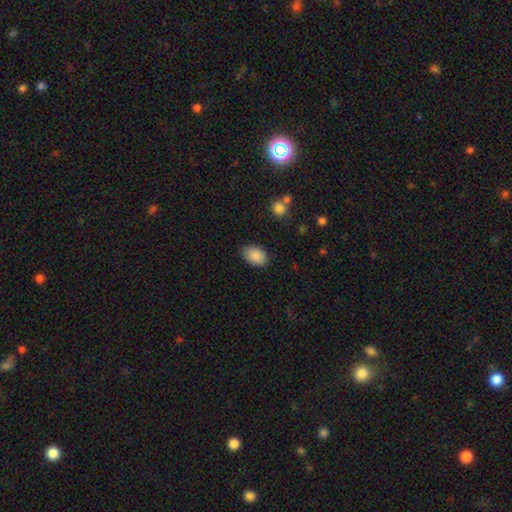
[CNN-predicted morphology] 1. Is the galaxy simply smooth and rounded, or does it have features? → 88% smooth, 7% star or artifact, 5% featured or disk.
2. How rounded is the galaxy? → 88% in between, 11% round, 1% cigar-shaped.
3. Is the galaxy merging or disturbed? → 85% none, 11% minor disturbance, 3% major disturbance, 1% merger.